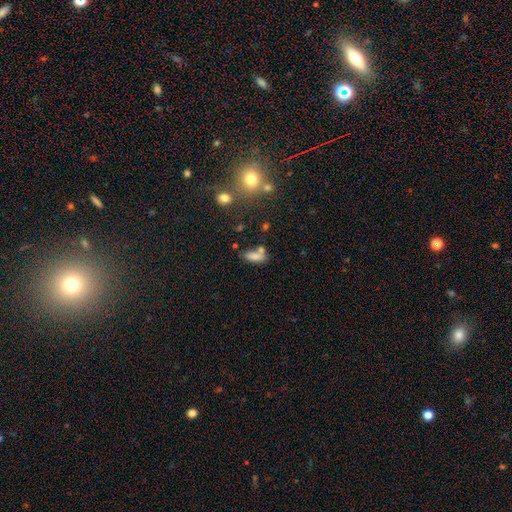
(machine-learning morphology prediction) A smooth galaxy with no disk features (78%) that is in between round and cigar-shaped (78%).

Vote fractions:
- Smooth or featured? smooth: 78% / star or artifact: 12% / featured or disk: 10%
- How rounded? in between: 78% / cigar-shaped: 18% / round: 4%
- Merging? none: 47% / merger: 27% / minor disturbance: 18% / major disturbance: 8%